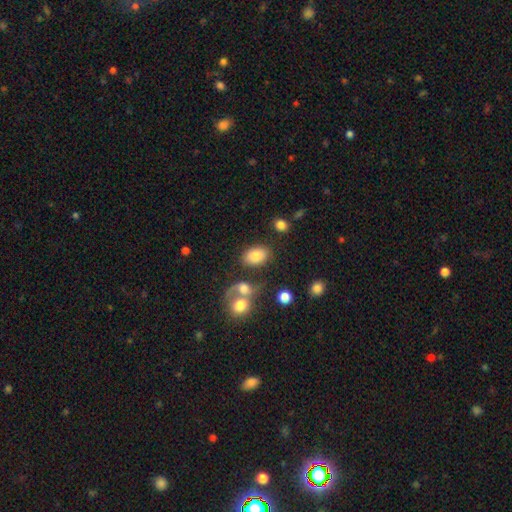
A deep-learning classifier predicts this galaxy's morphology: smooth 81%, featured or disk 10%, star or artifact 9%. Down the decision tree: how rounded — in between (84%); merging — none (68%).